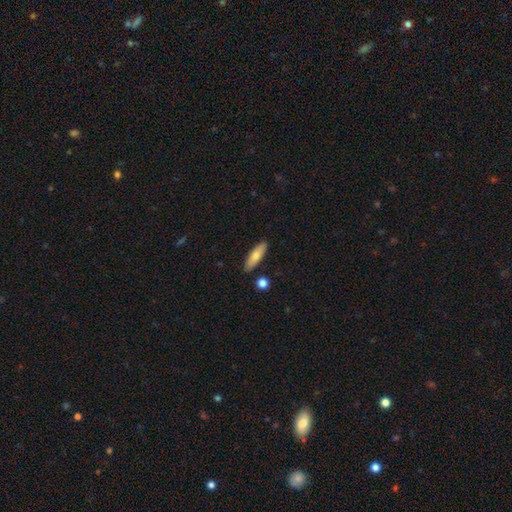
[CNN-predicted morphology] Overall: smooth (73%). How rounded: cigar-shaped (53%; in between 45%). Merging: none (87%).